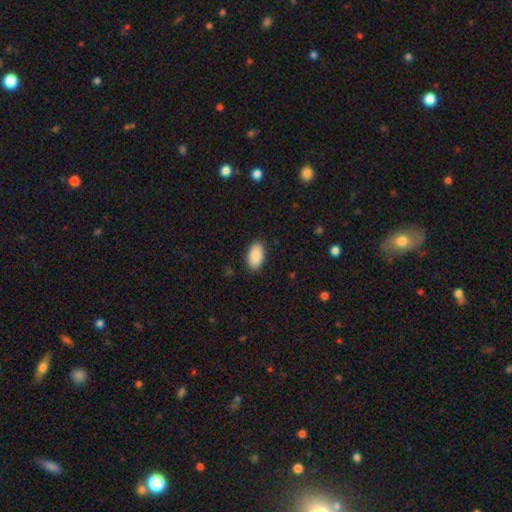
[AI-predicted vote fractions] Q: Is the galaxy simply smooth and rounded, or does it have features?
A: smooth — 90%.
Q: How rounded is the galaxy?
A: in between — 95%.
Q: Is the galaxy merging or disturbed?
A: none — 89%.